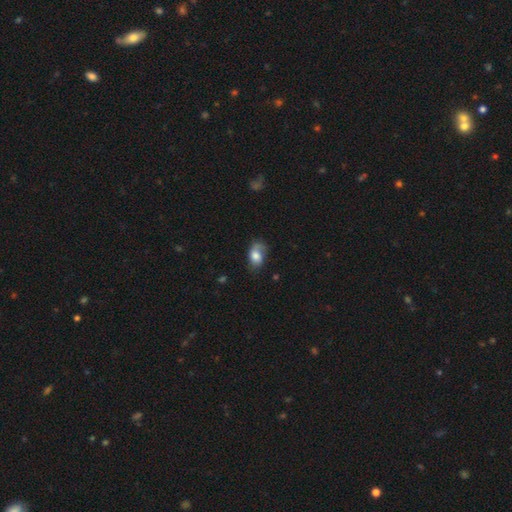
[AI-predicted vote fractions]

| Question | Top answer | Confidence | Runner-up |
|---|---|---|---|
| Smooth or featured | smooth | 68% | featured or disk (24%) |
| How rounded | in between | 83% | round (15%) |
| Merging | none | 44% | minor disturbance (33%) |